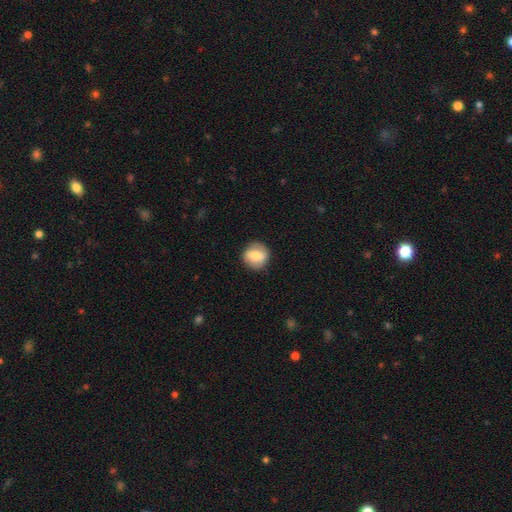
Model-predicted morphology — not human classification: Overall: smooth (69%). How rounded: round (87%). Merging: none (83%).